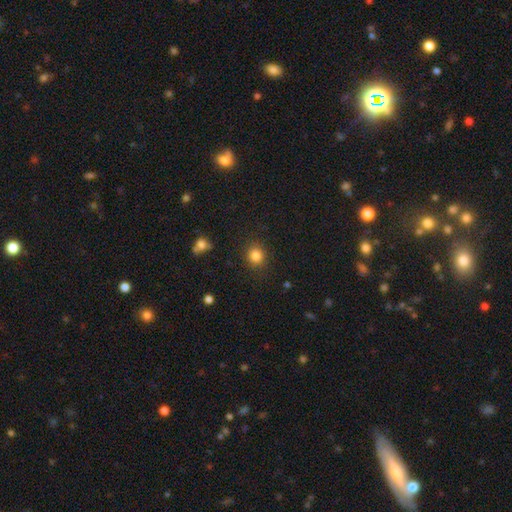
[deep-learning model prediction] Smooth or featured: smooth — 84% (star or artifact — 11%)
How rounded: round — 84% (in between — 15%)
Merging: none — 88% (minor disturbance — 8%)